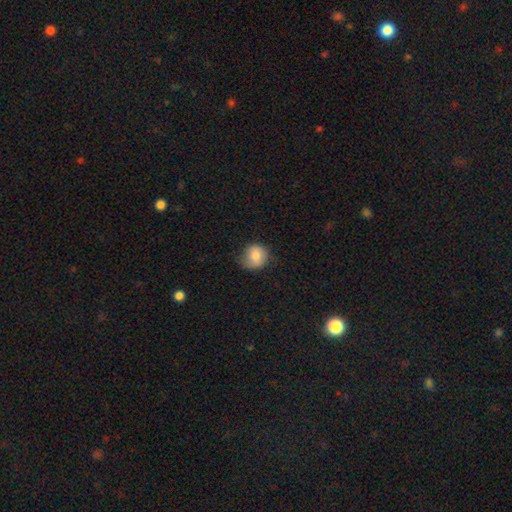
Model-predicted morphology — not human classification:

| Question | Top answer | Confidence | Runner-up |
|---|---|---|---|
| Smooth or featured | smooth | 78% | featured or disk (14%) |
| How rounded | round | 80% | in between (19%) |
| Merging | none | 62% | minor disturbance (28%) |